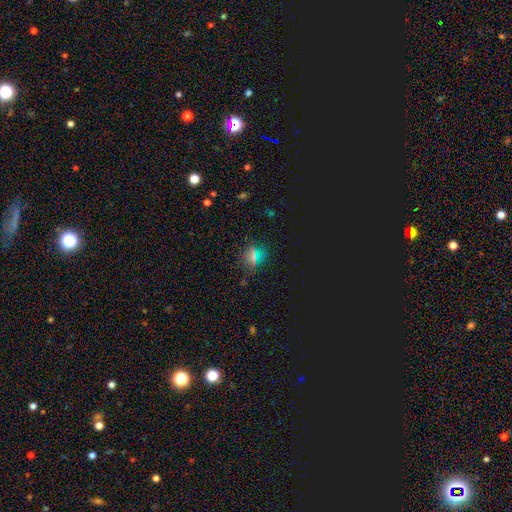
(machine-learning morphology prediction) Smooth or featured? smooth (48%)
Merging? none (84%)